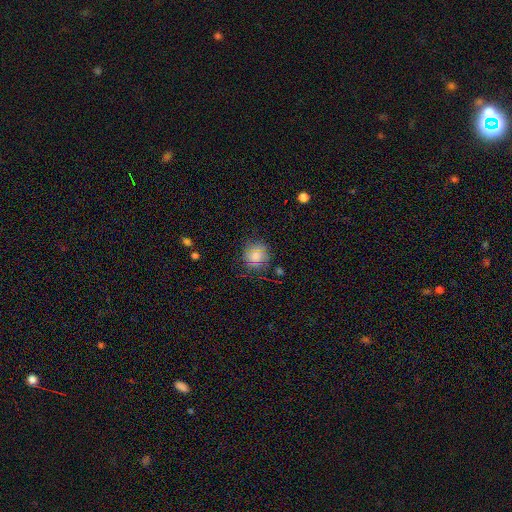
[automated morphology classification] A smooth galaxy with no disk features (72%) that is round (87%). Merging: none (76%).